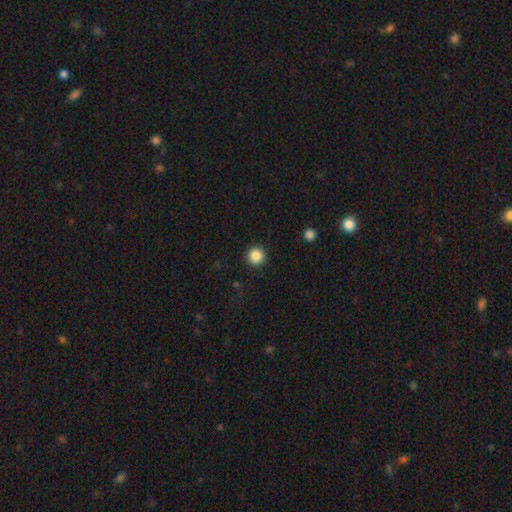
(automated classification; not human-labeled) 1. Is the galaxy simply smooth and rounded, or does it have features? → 86% smooth, 11% star or artifact, 3% featured or disk.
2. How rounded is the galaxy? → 96% round, 3% in between, 1% cigar-shaped.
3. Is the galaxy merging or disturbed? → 93% none, 4% minor disturbance, 2% major disturbance, 1% merger.